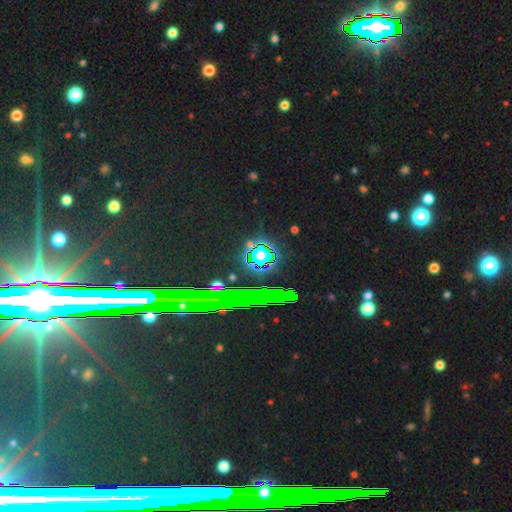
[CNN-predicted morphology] type=star or artifact (71%).